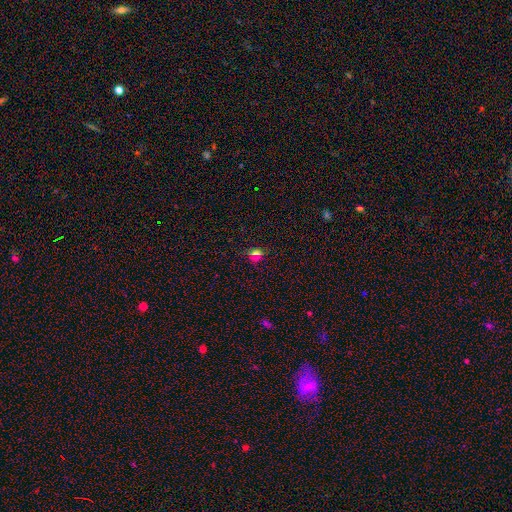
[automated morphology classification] smooth 68%, star or artifact 24%, featured or disk 8%. Down the decision tree: how rounded — round (72%); merging — none (70%).